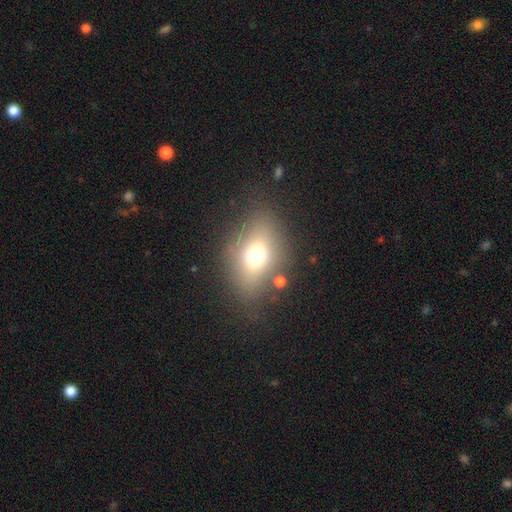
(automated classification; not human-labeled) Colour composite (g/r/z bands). It shows a smooth galaxy with no disk features (67%) that is in between round and cigar-shaped (65%). Merging: none (76%).